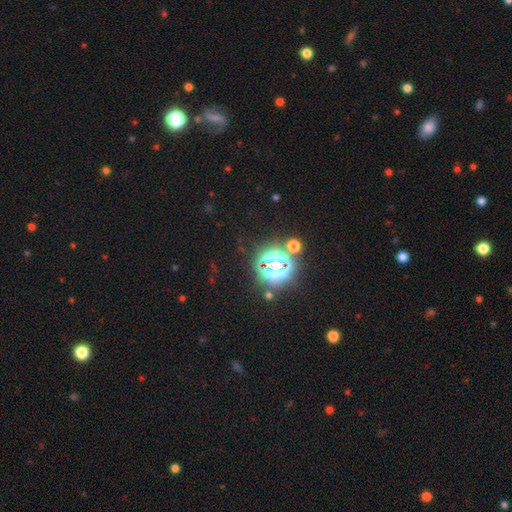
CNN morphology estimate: This appears to be a star or artifact, not a galaxy (82%).